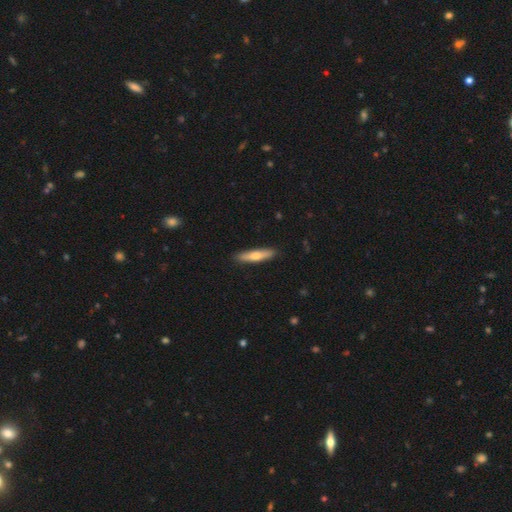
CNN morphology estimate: Q: Smooth or featured?
A: smooth (57%); runner-up: featured or disk (38%)
Q: How rounded?
A: cigar-shaped (83%); runner-up: in between (15%)
Q: Merging?
A: none (90%); runner-up: minor disturbance (7%)